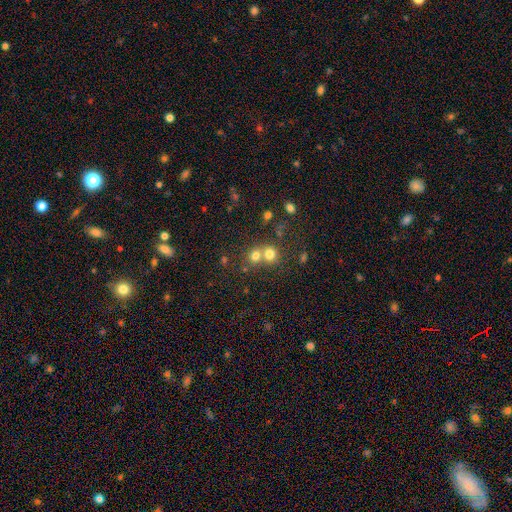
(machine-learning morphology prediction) A smooth galaxy with no disk features (74%) that is round (82%). Merging: merger (54%).